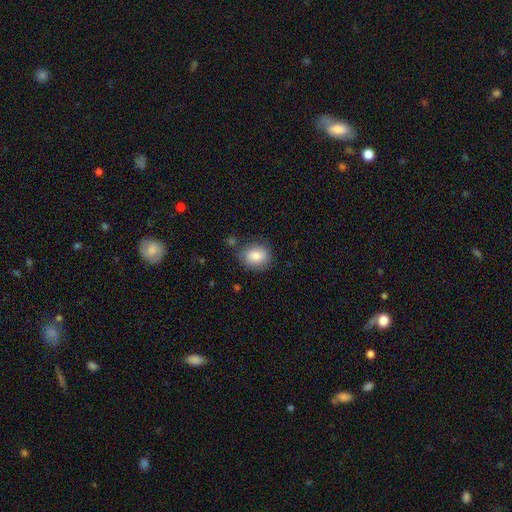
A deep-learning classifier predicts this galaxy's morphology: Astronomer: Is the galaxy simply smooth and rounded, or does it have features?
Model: smooth — 81%.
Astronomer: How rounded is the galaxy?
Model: round — 57% (runner-up: in between, 42%).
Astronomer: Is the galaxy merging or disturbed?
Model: none — 76%.